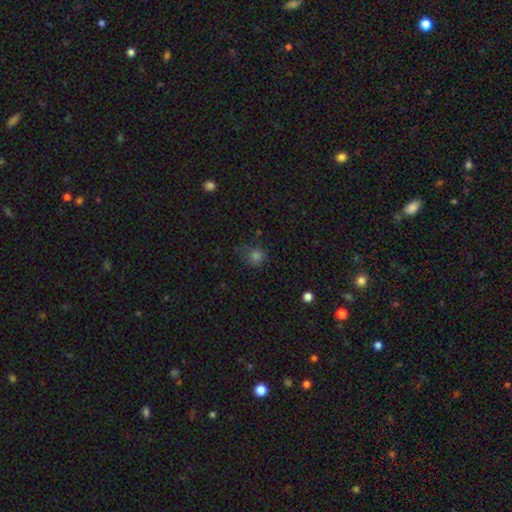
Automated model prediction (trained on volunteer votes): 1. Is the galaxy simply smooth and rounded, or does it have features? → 70% smooth, 23% star or artifact, 7% featured or disk.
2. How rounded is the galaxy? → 80% round, 19% in between, 1% cigar-shaped.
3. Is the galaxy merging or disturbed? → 62% none, 24% minor disturbance, 11% major disturbance, 3% merger.